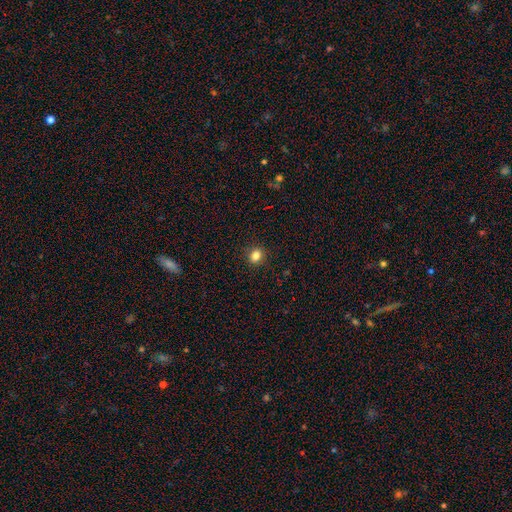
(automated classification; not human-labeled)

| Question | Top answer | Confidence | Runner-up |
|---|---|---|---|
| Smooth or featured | smooth | 83% | star or artifact (12%) |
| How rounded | round | 70% | in between (29%) |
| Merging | none | 91% | minor disturbance (7%) |